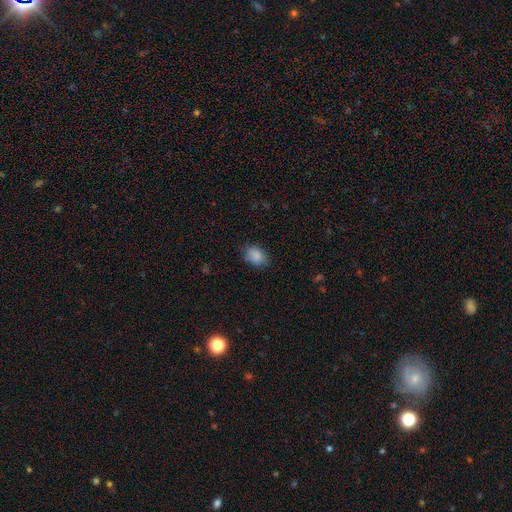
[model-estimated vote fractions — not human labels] Overall: smooth (86%). How rounded: in between (71%). Merging: none (74%).